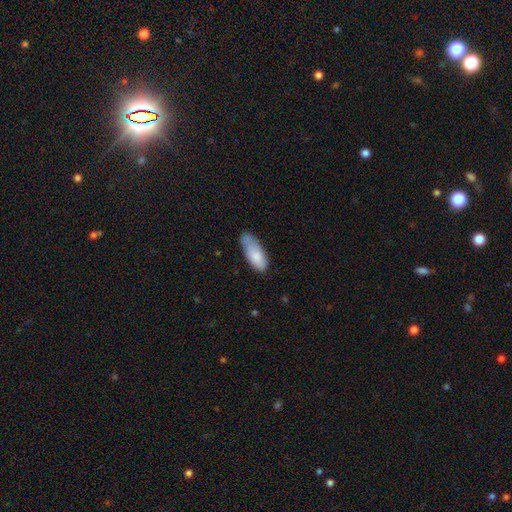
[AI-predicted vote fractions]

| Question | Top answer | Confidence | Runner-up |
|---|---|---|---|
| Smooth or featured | smooth | 81% | featured or disk (12%) |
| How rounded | in between | 79% | cigar-shaped (20%) |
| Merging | none | 45% | minor disturbance (39%) |